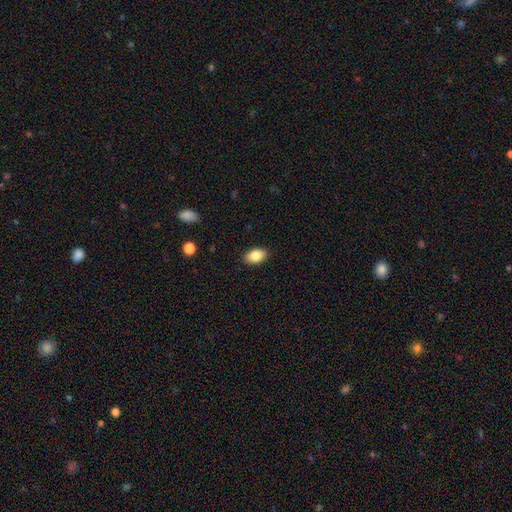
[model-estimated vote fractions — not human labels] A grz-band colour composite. It shows a smooth galaxy with no disk features (85%) that is in between round and cigar-shaped (89%). Merging: none (89%).